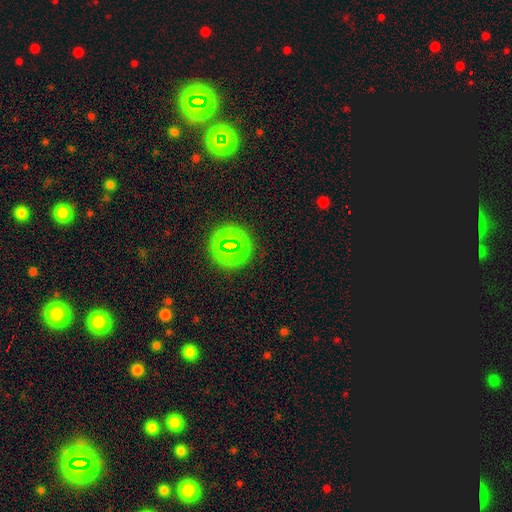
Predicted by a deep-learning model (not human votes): Smooth or featured: star or artifact — 59% (smooth — 30%)